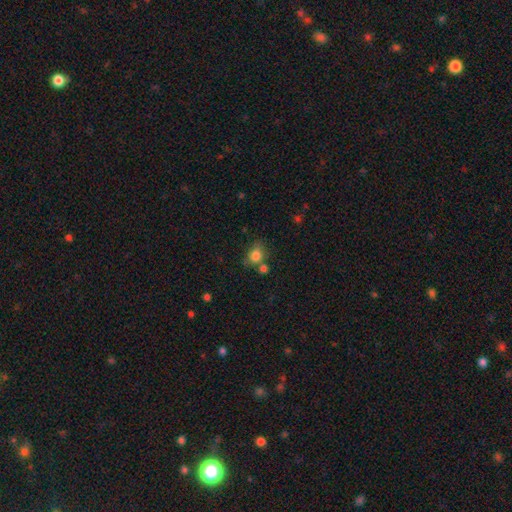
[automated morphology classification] A smooth galaxy with no disk features (81%) that is round (56%).

Vote fractions:
- Smooth or featured? smooth: 81% / star or artifact: 11% / featured or disk: 8%
- How rounded? round: 56% / in between: 43% / cigar-shaped: 1%
- Merging? none: 58% / minor disturbance: 19% / merger: 17% / major disturbance: 6%